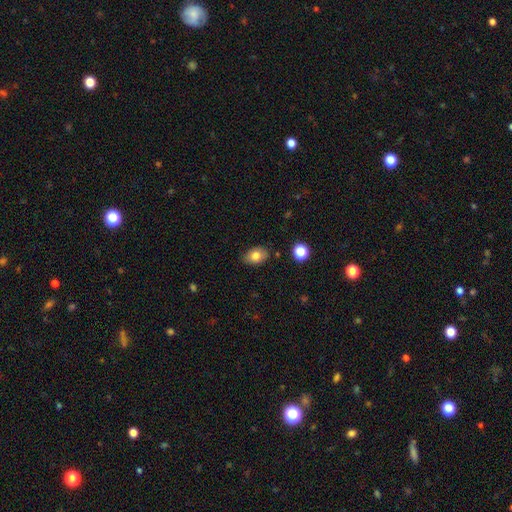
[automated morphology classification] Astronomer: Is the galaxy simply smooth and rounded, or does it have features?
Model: smooth — 80%.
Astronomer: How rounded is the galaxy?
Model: in between — 81%.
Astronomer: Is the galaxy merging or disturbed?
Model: none — 82%.